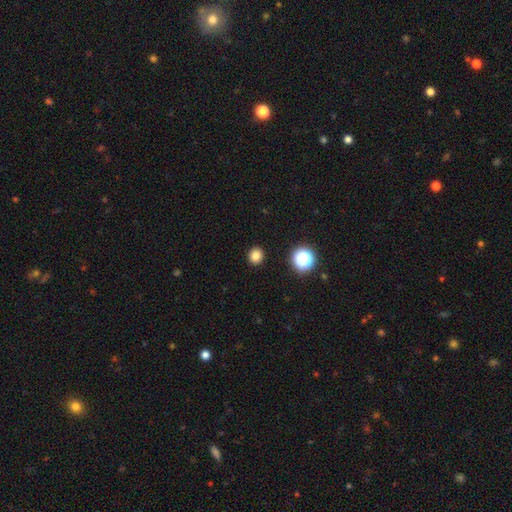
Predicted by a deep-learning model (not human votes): A smooth galaxy with no disk features (82%) that is round (82%).

Vote fractions:
- Smooth or featured? smooth: 82% / star or artifact: 14% / featured or disk: 4%
- How rounded? round: 82% / in between: 17% / cigar-shaped: 1%
- Merging? none: 92% / minor disturbance: 5% / major disturbance: 2% / merger: 1%